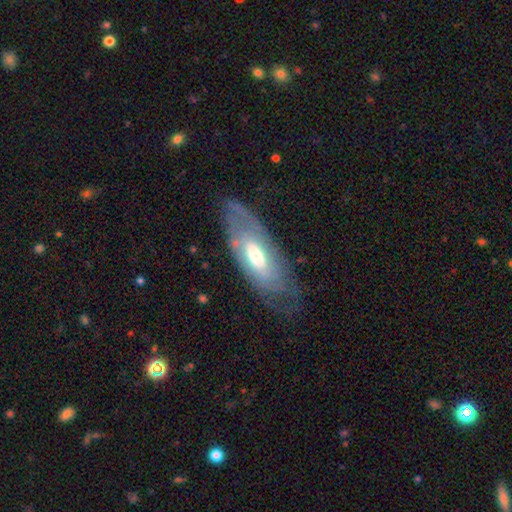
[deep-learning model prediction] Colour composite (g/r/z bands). It shows a featured or disk galaxy (65%) with no bar (63%), spiral arms (62%) and a moderate central bulge (61%). Merging: none (65%).